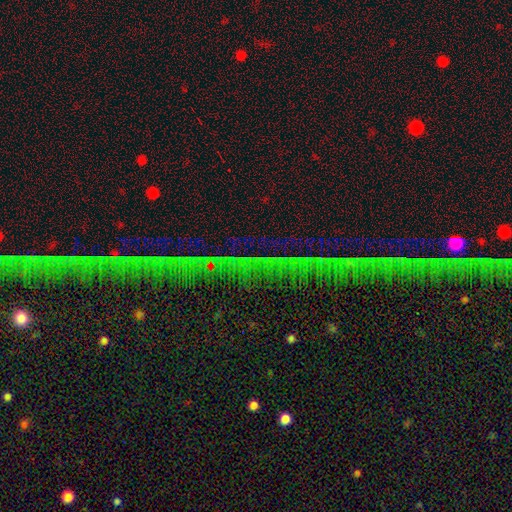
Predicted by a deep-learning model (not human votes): This is likely a star or artifact rather than a galaxy (79%).